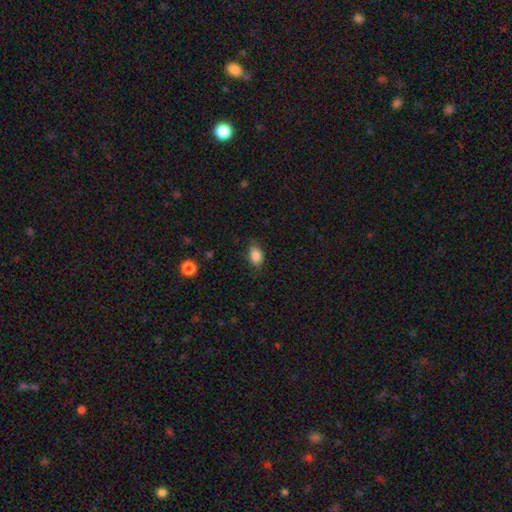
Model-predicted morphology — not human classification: smooth 86%, star or artifact 9%, featured or disk 6%. Down the decision tree: how rounded — in between (82%); merging — none (79%).